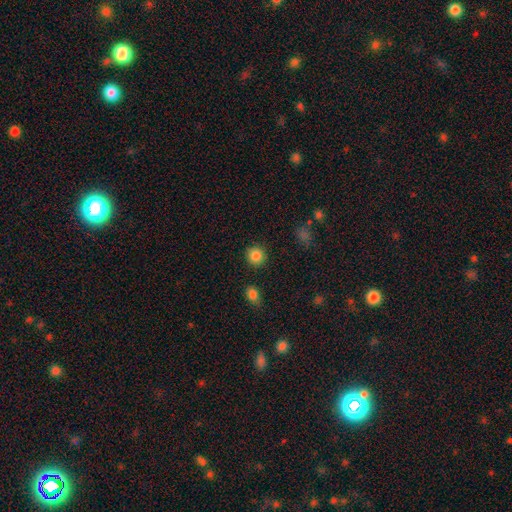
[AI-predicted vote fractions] smooth-or-featured: smooth: 86% | star or artifact: 10% | featured or disk: 4%
  how-rounded: round: 91% | in between: 8% | cigar-shaped: 1%
  merging: none: 90% | minor disturbance: 6% | major disturbance: 2% | merger: 2%